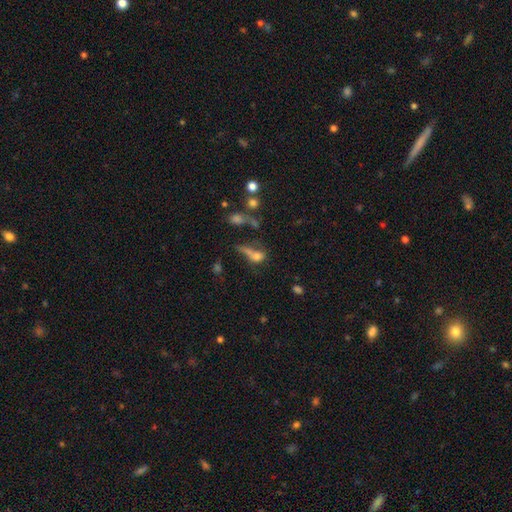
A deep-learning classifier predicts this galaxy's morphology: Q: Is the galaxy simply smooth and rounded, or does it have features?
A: smooth — 58%.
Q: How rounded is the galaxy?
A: in between — 54%.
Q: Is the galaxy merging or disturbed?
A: merger — 32%.